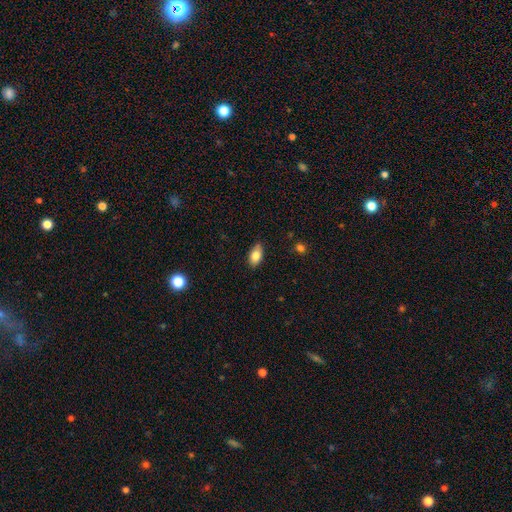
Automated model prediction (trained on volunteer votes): A smooth galaxy with no disk features (81%) that is in between round and cigar-shaped (90%).

Vote fractions:
- Smooth or featured? smooth: 81% / featured or disk: 11% / star or artifact: 7%
- How rounded? in between: 90% / round: 5% / cigar-shaped: 4%
- Merging? none: 80% / minor disturbance: 16% / major disturbance: 2% / merger: 1%